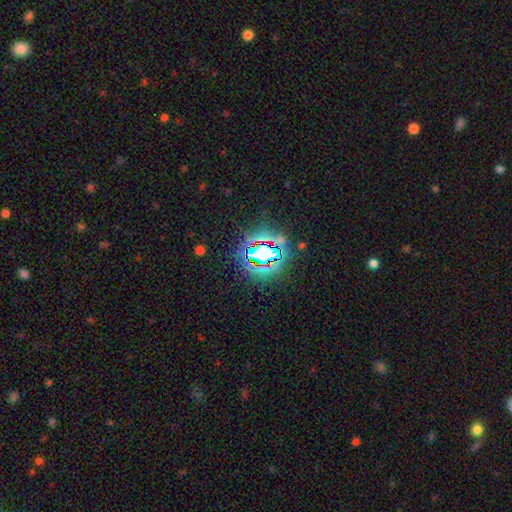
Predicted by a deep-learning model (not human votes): smooth_or_featured: star or artifact (p=0.69) [alt: smooth p=0.19]